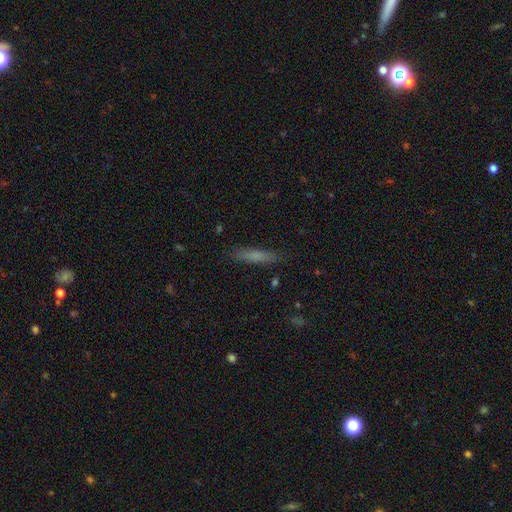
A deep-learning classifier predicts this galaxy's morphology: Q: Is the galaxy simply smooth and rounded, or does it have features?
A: smooth — 70%.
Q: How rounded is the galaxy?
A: cigar-shaped — 85%.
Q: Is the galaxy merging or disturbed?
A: none — 86%.